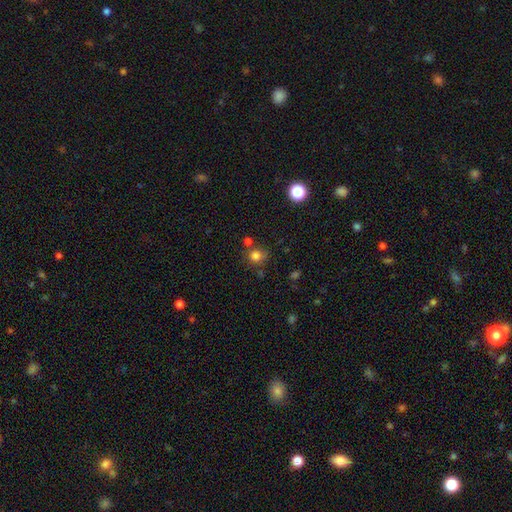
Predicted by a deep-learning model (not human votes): Smooth or featured? Predicted: smooth (p=0.80). How rounded? Predicted: round (p=0.84). Merging? Predicted: none (p=0.65).